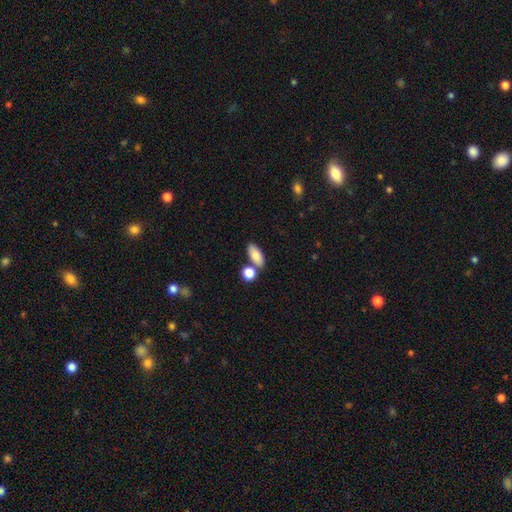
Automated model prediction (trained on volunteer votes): Morphology: type=smooth (83%); roundness=in between (84%); merging=none (66%).